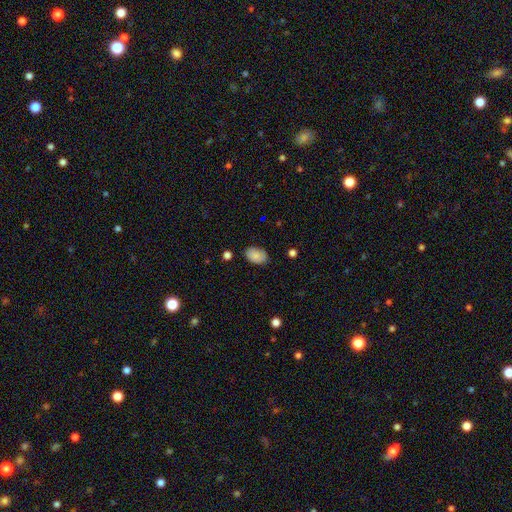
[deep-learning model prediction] Smooth or featured? smooth (81%)
How rounded? in between (87%)
Merging? none (79%)